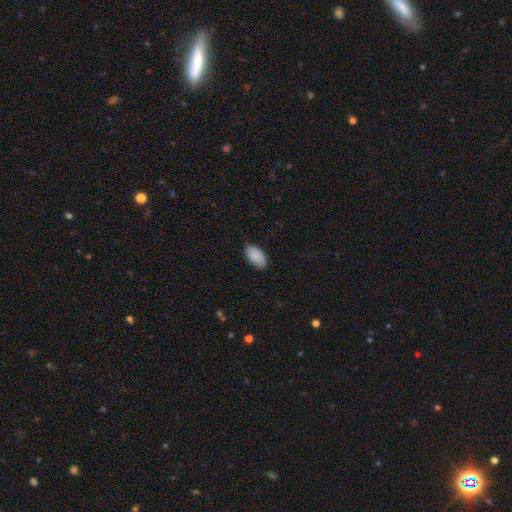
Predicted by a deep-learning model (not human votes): Morphology: type=smooth (89%); roundness=in between (95%); merging=none (84%).